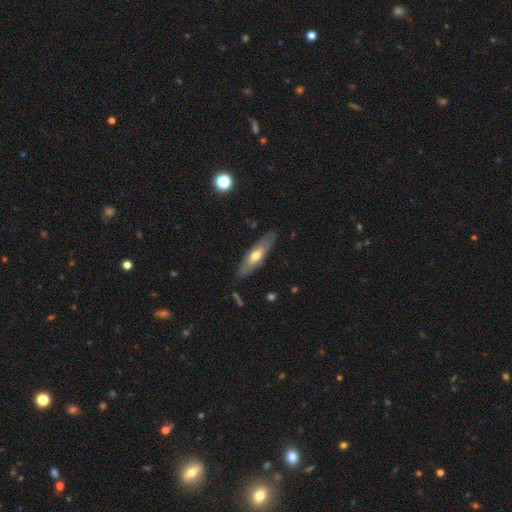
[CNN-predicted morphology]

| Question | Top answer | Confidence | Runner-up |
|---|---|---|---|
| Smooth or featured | smooth | 49% | featured or disk (46%) |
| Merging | none | 83% | minor disturbance (13%) |